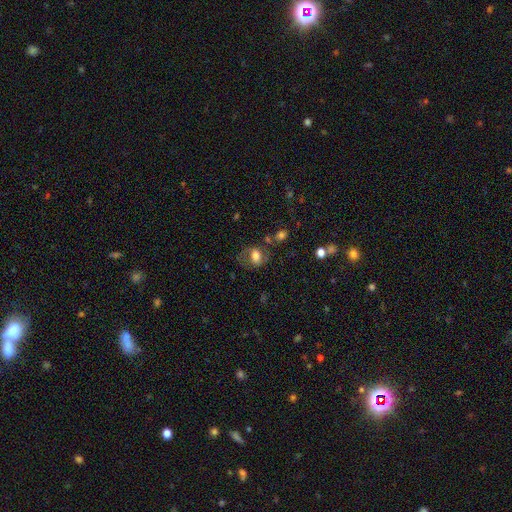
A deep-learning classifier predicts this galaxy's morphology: Smooth or featured: smooth — 55% (featured or disk — 36%)
How rounded: in between — 63% (round — 35%)
Merging: none — 57% (minor disturbance — 21%)